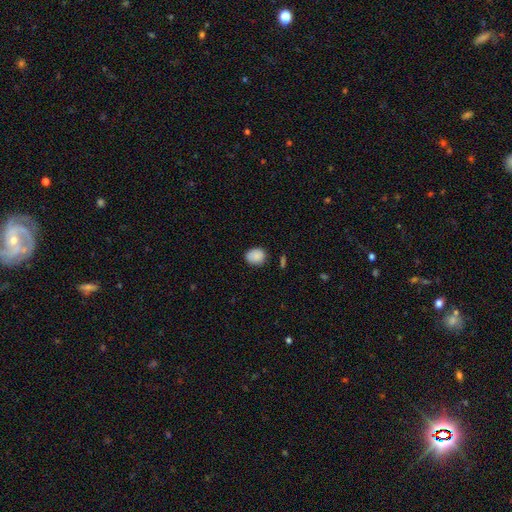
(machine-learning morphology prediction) The model was most divided on "how rounded": round: 57%, in between: 42%, cigar-shaped: 1%. More confident: smooth or featured — smooth (88%); merging — none (80%).